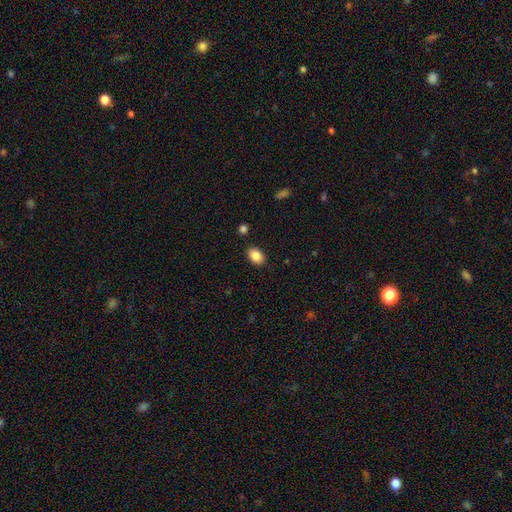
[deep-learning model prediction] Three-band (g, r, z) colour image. It shows a smooth galaxy with no disk features (87%) that is in between round and cigar-shaped (79%). Merging: none (85%).